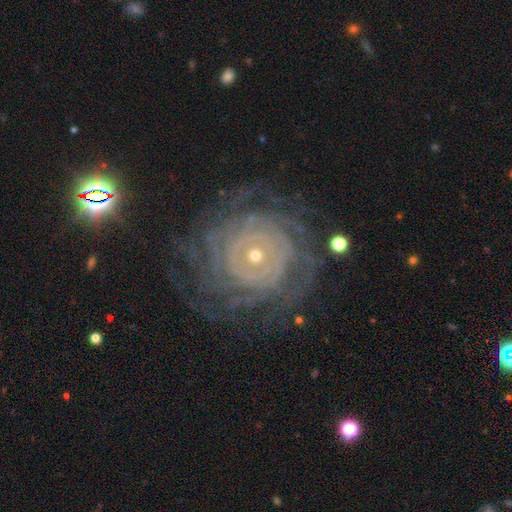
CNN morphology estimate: This appears to be a featured or disk galaxy (84%) with no bar (69%), tight (86%) spiral arms (93%) and a small central bulge (70%). Merging: none (76%).